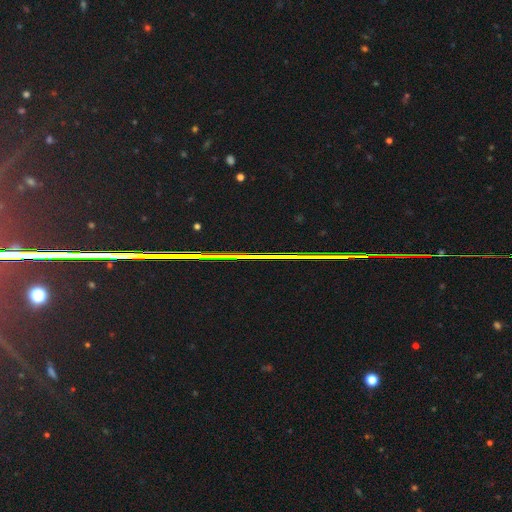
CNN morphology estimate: The model was most divided on "smooth or featured": star or artifact: 86%, featured or disk: 7%, smooth: 6%.